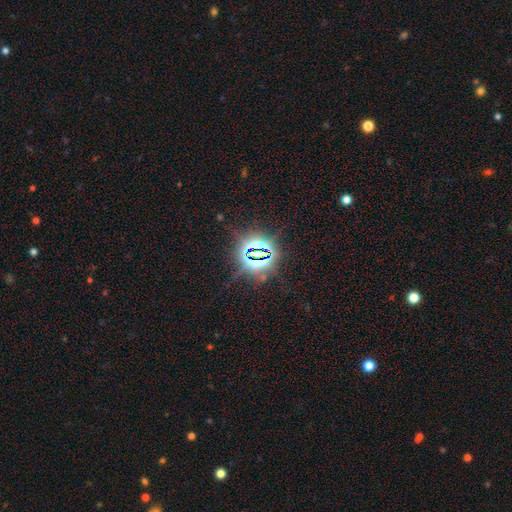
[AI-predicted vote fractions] smooth_or_featured: star or artifact (p=0.82) [alt: smooth p=0.10]